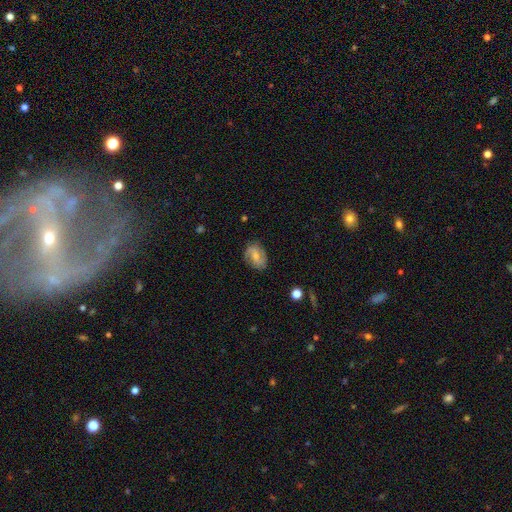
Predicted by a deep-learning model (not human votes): Smooth or featured?
  - featured or disk: 65% *
  - smooth: 27%
  - star or artifact: 8%
Edge-on disk?
  - no: 97% *
  - yes: 3%
Bar?
  - weak: 49% *
  - no: 35%
  - strong: 16%
Spiral arms?
  - yes: 91% *
  - no: 9%
Spiral winding?
  - medium: 45% *
  - loose: 29%
  - tight: 26%
Spiral arm count?
  - 2: 85% *
  - can't tell: 8%
  - 1: 3%
  - 3: 2%
  - 4: 1%
  - more than 4: 1%
Bulge size?
  - moderate: 45% *
  - small: 42%
  - none: 8%
  - large: 4%
  - dominant: 1%
Merging?
  - none: 78% *
  - minor disturbance: 16%
  - major disturbance: 5%
  - merger: 1%